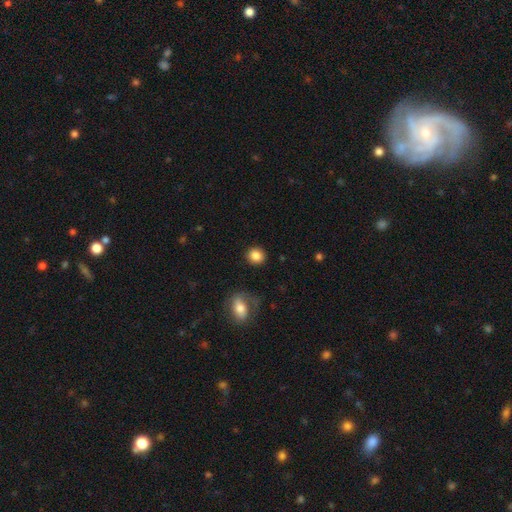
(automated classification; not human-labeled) Smooth or featured: smooth — 86% (star or artifact — 9%)
How rounded: round — 83% (in between — 16%)
Merging: none — 90% (minor disturbance — 6%)